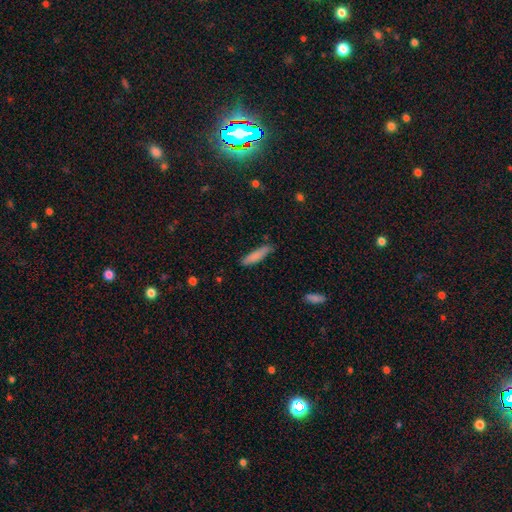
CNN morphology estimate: Overall: smooth (84%). How rounded: cigar-shaped (80%). Merging: none (81%).